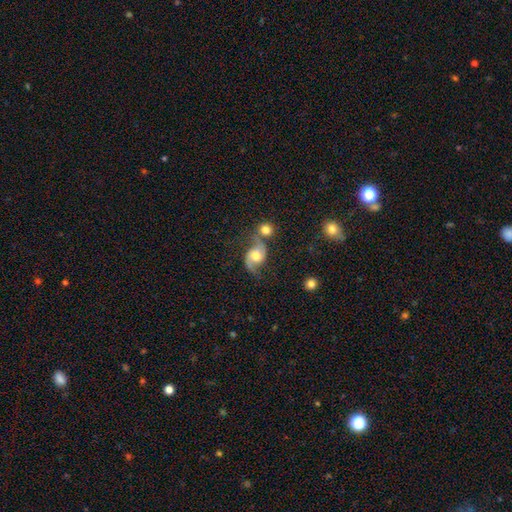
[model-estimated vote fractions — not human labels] This appears to be a featured or disk galaxy (77%) with no bar (65%), 2 (92%) loose (59%) spiral arms (94%) and a moderate central bulge (66%). Merging: none (51%).